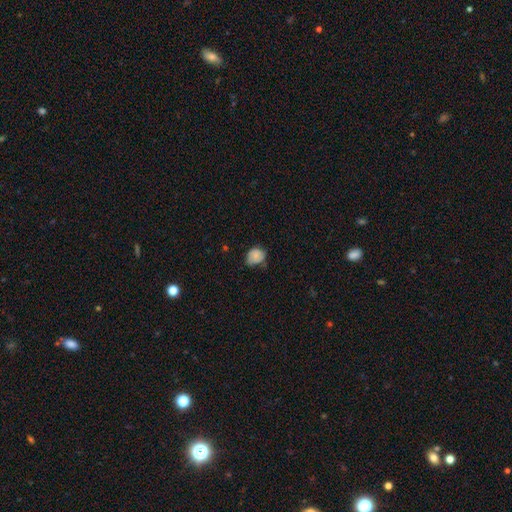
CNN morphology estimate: A smooth galaxy with no disk features (77%) that is round (51%). Merging: none (49%).